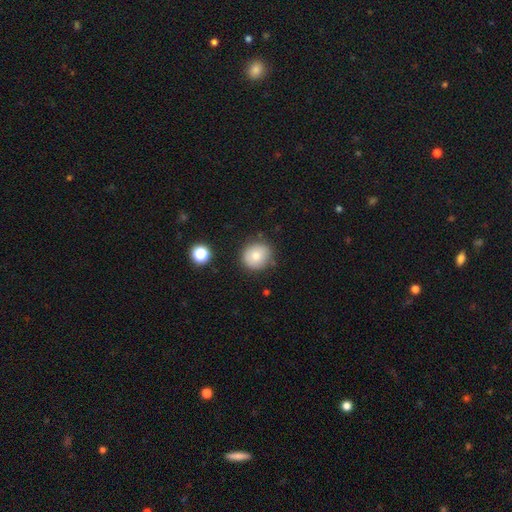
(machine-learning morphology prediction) Q: Smooth or featured?
A: smooth (77%); runner-up: featured or disk (13%)
Q: How rounded?
A: round (87%); runner-up: in between (12%)
Q: Merging?
A: none (82%); runner-up: minor disturbance (12%)